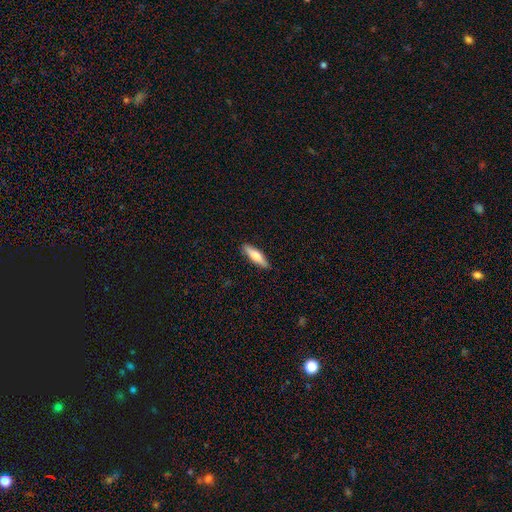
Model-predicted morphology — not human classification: smooth_or_featured: smooth (p=0.69) [alt: featured or disk p=0.25]
how_rounded: cigar-shaped (p=0.66) [alt: in between p=0.33]
merging: none (p=0.89) [alt: minor disturbance p=0.09]